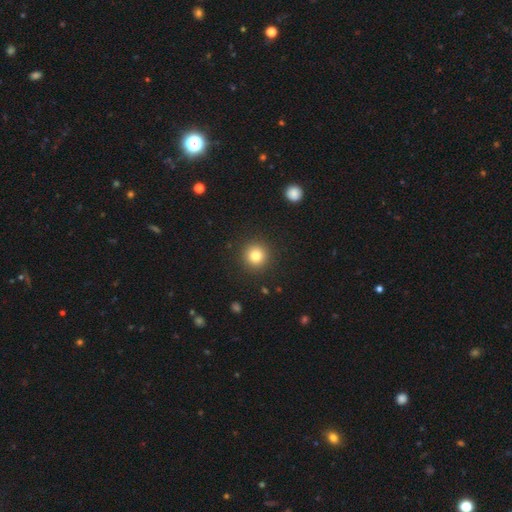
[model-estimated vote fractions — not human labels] Q: Smooth or featured?
A: smooth (81%); runner-up: star or artifact (11%)
Q: How rounded?
A: round (94%); runner-up: in between (5%)
Q: Merging?
A: none (91%); runner-up: minor disturbance (5%)